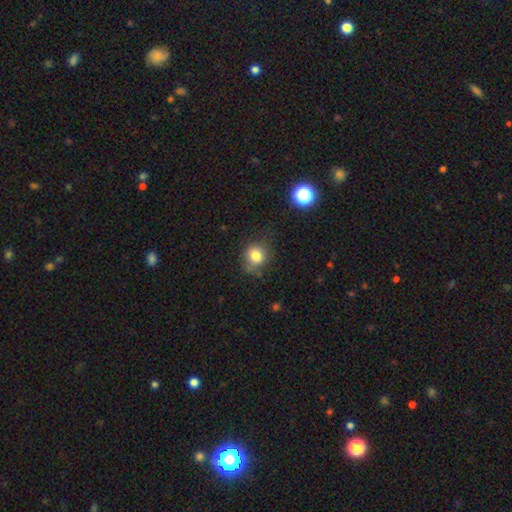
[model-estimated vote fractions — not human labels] smooth 80%, star or artifact 12%, featured or disk 8%. Down the decision tree: how rounded — round (78%); merging — none (70%).